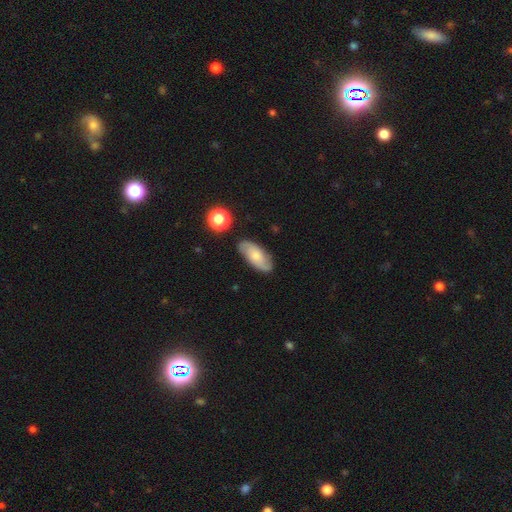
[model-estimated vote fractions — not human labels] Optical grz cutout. It shows a smooth galaxy with no disk features (50%). Merging: none (81%).